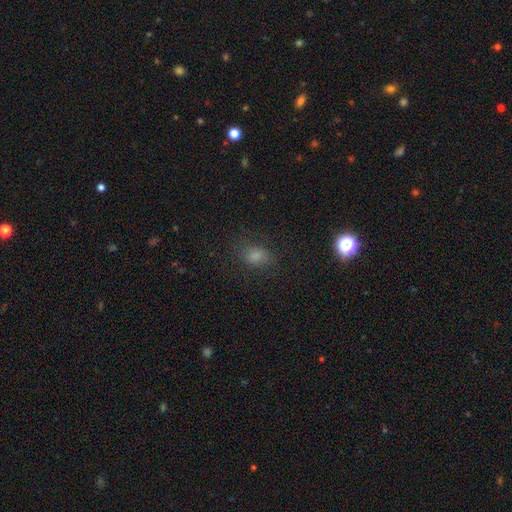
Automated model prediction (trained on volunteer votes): Smooth or featured? smooth (76%)
How rounded? in between (66%)
Merging? none (74%)